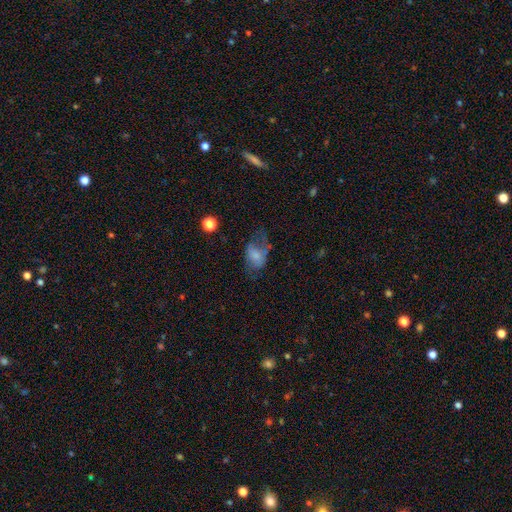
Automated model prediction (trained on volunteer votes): Morphology: type=smooth (56%); roundness=in between (82%); merging=major disturbance (39%).